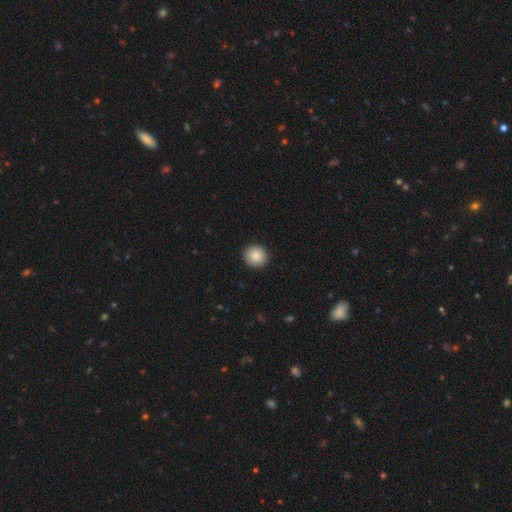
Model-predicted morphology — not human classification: This appears to be a smooth galaxy with no disk features (88%) that is round (94%). Merging: none (93%).